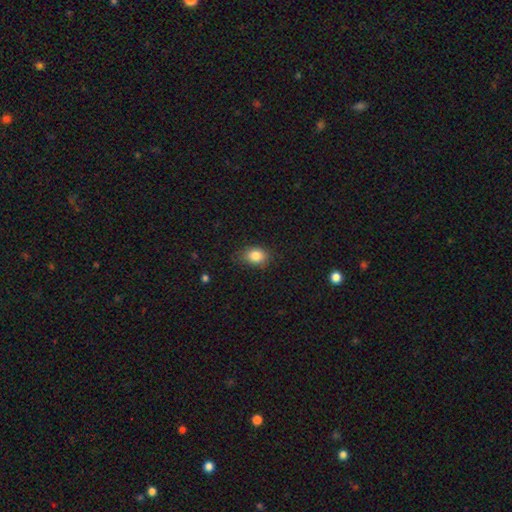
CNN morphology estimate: smooth-or-featured: smooth: 85% | star or artifact: 9% | featured or disk: 6%
  how-rounded: in between: 70% | round: 29% | cigar-shaped: 1%
  merging: none: 76% | minor disturbance: 19% | major disturbance: 4% | merger: 1%